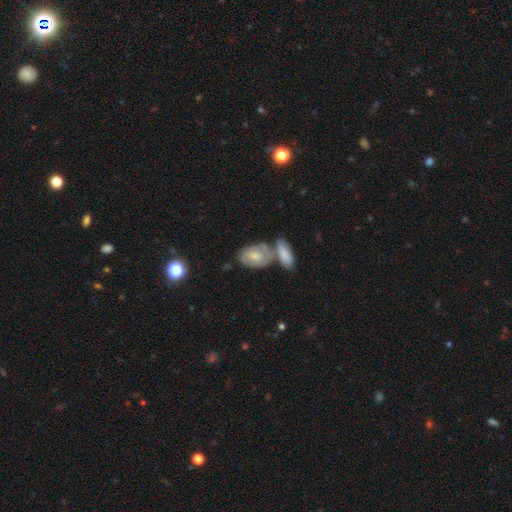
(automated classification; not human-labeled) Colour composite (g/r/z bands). It shows a featured or disk galaxy (48%). Merging: none (46%).